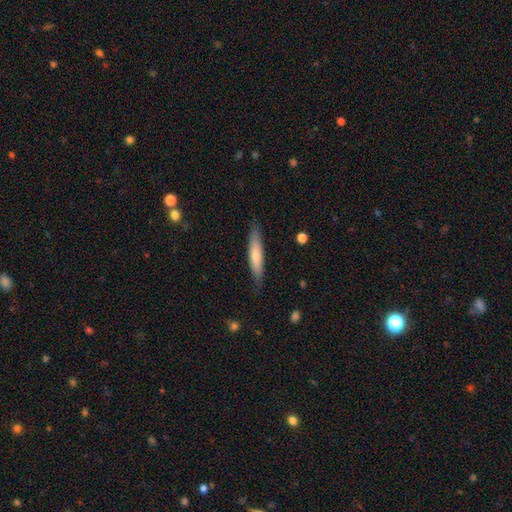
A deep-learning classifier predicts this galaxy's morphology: This is likely a smooth galaxy (70%). How rounded: clearly cigar-shaped (84%). Merging: clearly none (83%).